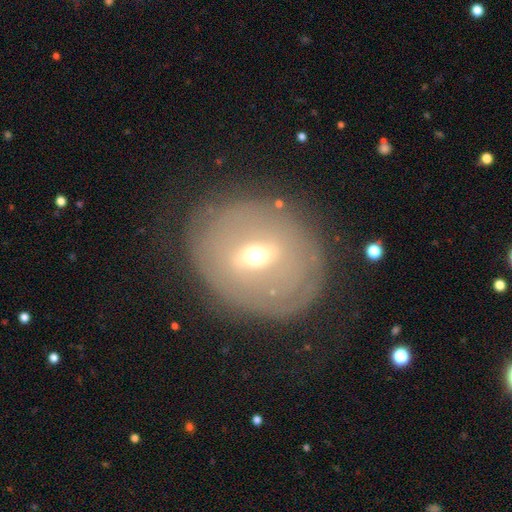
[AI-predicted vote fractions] A featured or disk galaxy (61%) with a weak bar (51%), no spiral arms (64%) and a moderate central bulge (54%). Merging: none (76%).